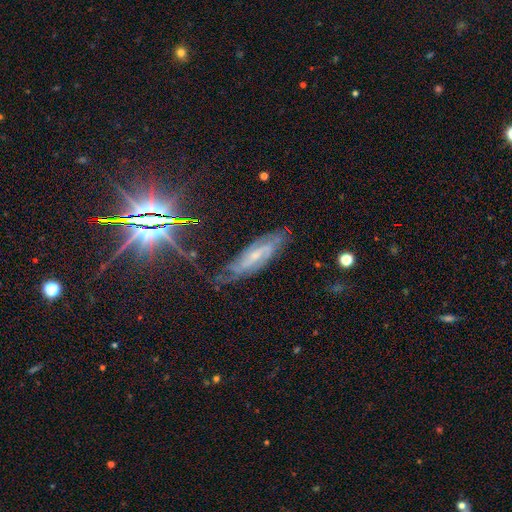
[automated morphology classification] Overall: featured or disk (75%). Edge-on disk: no (84%). Bar: weak (45%; no 29%). Spiral arms: yes (94%). Spiral arm count: 2 (57%; can't tell 27%). Spiral winding: tight (45%; medium 40%). Bulge size: small (66%). Merging: none (72%).